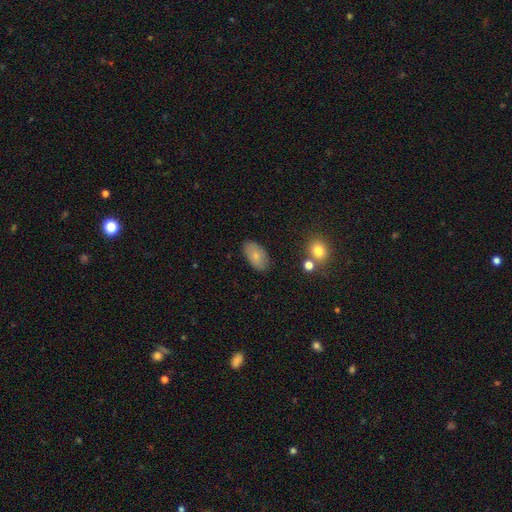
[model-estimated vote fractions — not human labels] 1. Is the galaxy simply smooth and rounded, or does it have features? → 78% smooth, 14% featured or disk, 8% star or artifact.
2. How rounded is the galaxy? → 93% in between, 5% round, 2% cigar-shaped.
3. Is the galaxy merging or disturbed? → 83% none, 12% minor disturbance, 3% major disturbance, 2% merger.